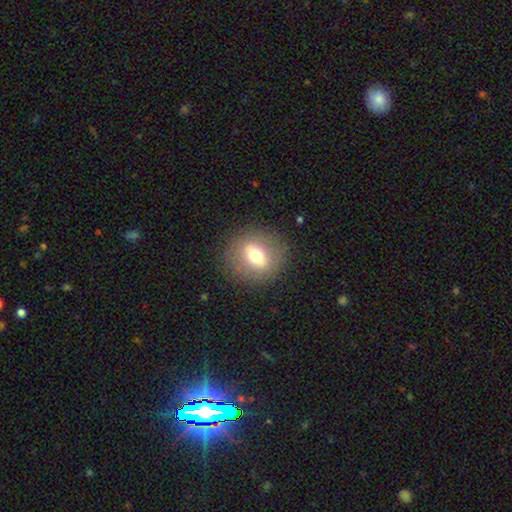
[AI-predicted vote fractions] This is possibly a smooth galaxy (57%). How rounded: likely round (73%). Merging: clearly none (86%).